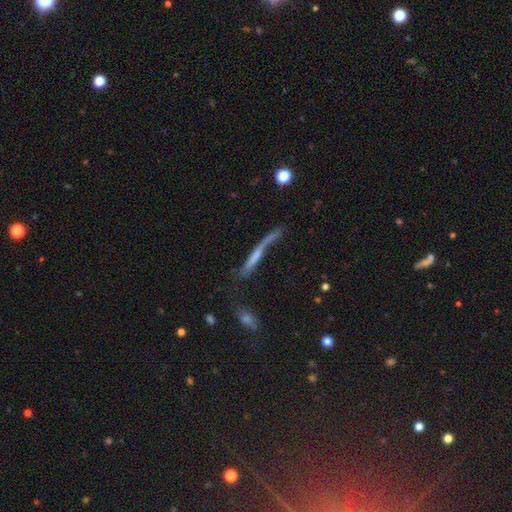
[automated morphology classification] type=featured or disk (52%); edge-on=yes (79%); merging=none (41%).